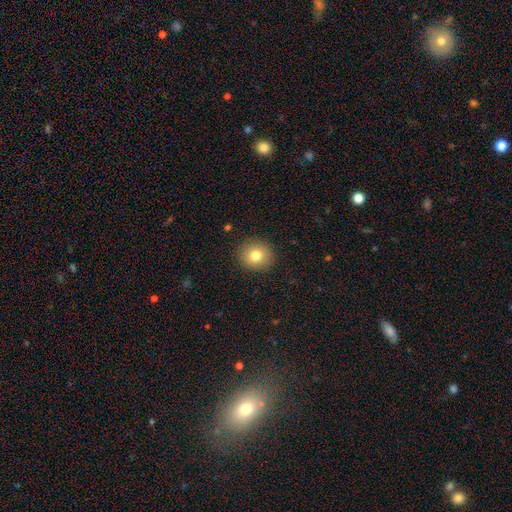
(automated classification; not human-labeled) A smooth galaxy with no disk features (79%) that is round (87%).

Vote fractions:
- Smooth or featured? smooth: 79% / star or artifact: 11% / featured or disk: 10%
- How rounded? round: 87% / in between: 12% / cigar-shaped: 1%
- Merging? none: 91% / minor disturbance: 6% / major disturbance: 2% / merger: 1%